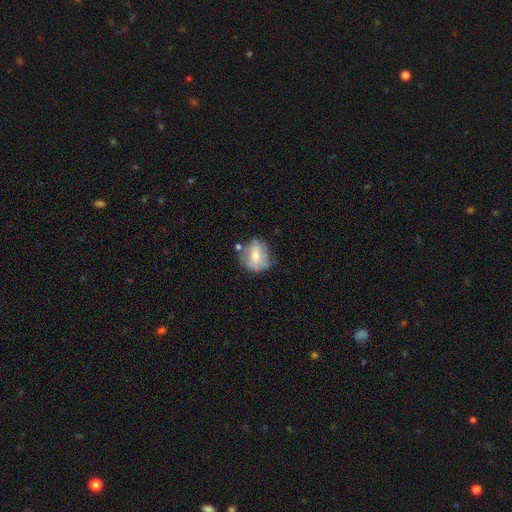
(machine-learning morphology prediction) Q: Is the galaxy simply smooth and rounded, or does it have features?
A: smooth — 53%.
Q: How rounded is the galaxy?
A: round — 74%.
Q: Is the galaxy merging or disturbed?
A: none — 55%.